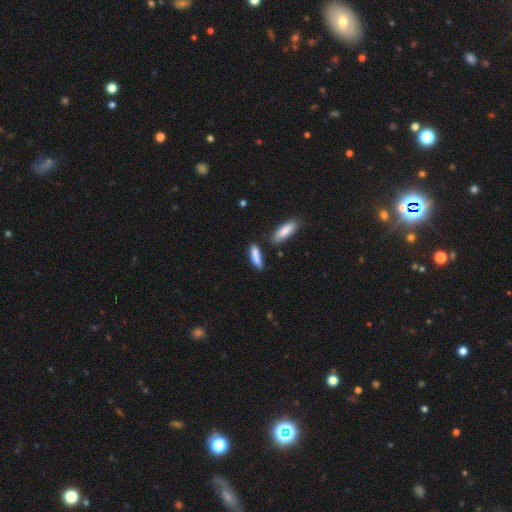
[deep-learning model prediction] Smooth or featured? Predicted: smooth (p=0.83). How rounded? Predicted: cigar-shaped (p=0.64). Merging? Predicted: none (p=0.63).